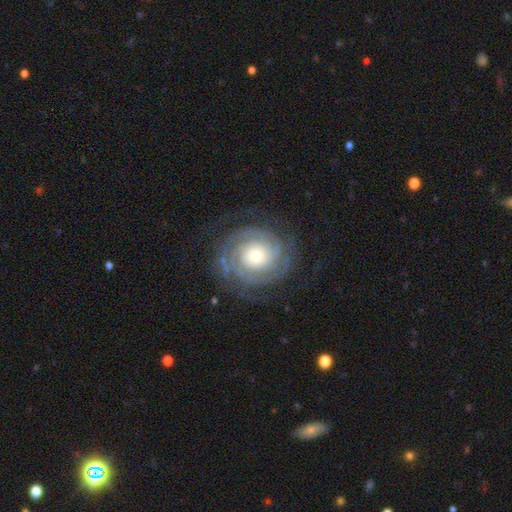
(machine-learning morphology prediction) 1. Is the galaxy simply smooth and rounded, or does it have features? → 88% featured or disk, 7% smooth, 5% star or artifact.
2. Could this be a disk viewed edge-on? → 98% no, 2% yes.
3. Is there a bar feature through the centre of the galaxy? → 80% no, 14% weak, 6% strong.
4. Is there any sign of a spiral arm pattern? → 97% yes, 3% no.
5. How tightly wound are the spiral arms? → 80% tight, 17% medium, 3% loose.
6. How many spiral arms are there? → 38% 2, 22% 3, 19% can't tell, 9% 4, 6% more than 4, 6% 1.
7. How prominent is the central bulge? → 51% moderate, 34% small, 12% large, 2% dominant, 1% none.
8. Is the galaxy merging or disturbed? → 79% none, 13% minor disturbance, 7% major disturbance, 1% merger.